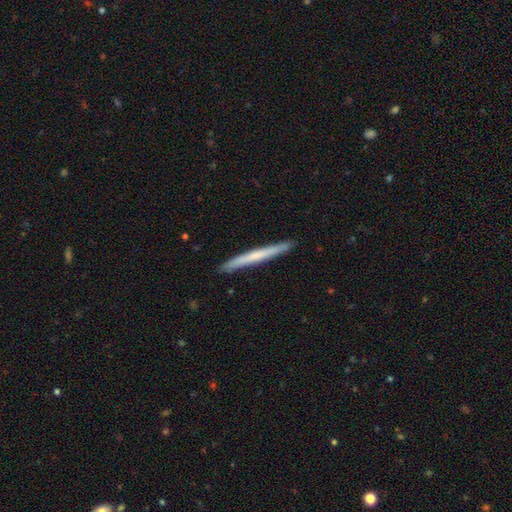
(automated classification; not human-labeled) Smooth or featured?
  - smooth: 52% *
  - featured or disk: 43%
  - star or artifact: 5%
How rounded?
  - cigar-shaped: 97% *
  - in between: 2%
  - round: 1%
Merging?
  - none: 92% *
  - minor disturbance: 6%
  - major disturbance: 1%
  - merger: 1%